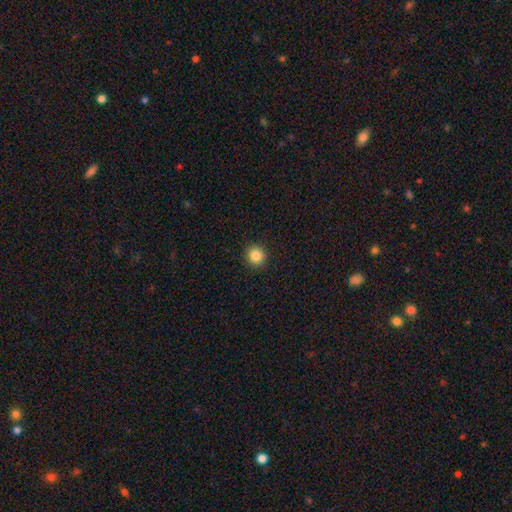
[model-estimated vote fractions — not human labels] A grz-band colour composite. It shows a smooth galaxy with no disk features (84%) that is round (90%). Merging: none (89%).